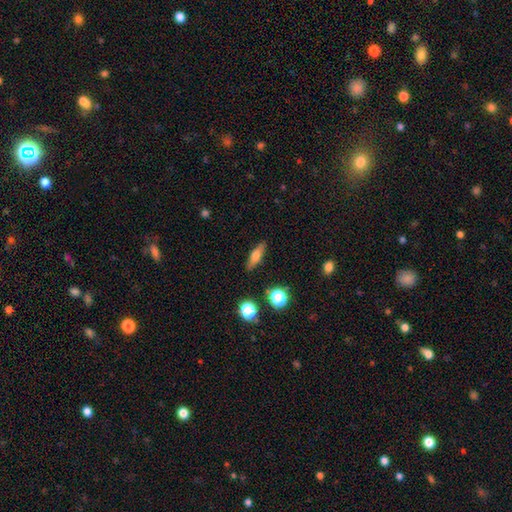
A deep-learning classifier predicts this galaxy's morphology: smooth_or_featured: smooth (p=0.59) [alt: featured or disk p=0.32]
how_rounded: cigar-shaped (p=0.54) [alt: in between p=0.41]
merging: none (p=0.88) [alt: minor disturbance p=0.08]